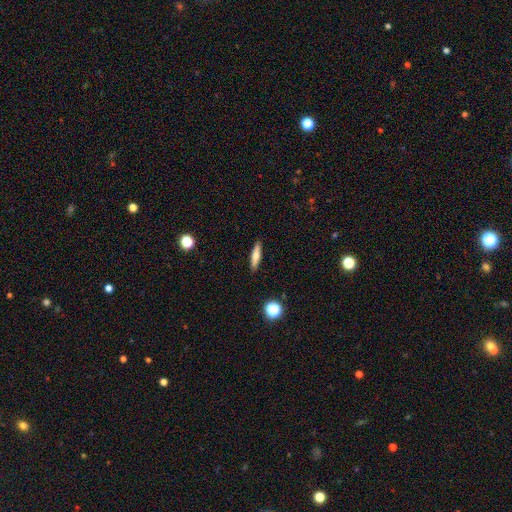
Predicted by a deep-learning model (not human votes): Smooth or featured? smooth (63%)
How rounded? cigar-shaped (79%)
Merging? none (90%)